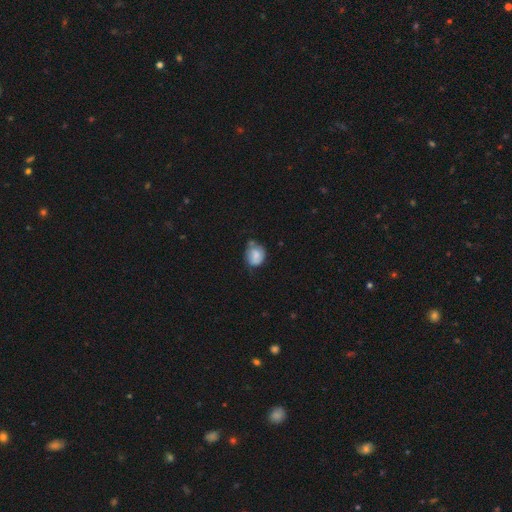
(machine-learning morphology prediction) This is likely a smooth galaxy (70%). How rounded: possibly round (59%). Merging: possibly none (46%).